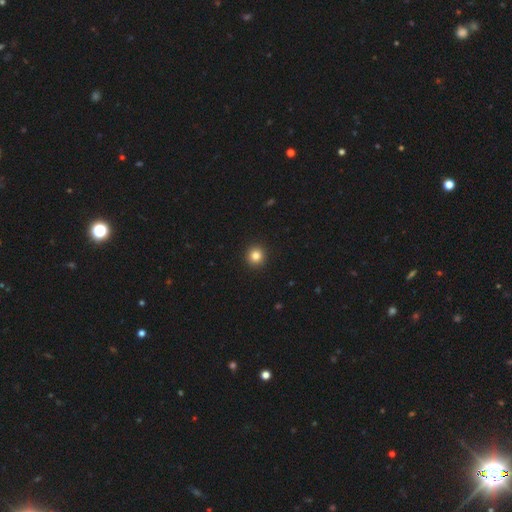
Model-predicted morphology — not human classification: This is clearly a smooth galaxy (83%). How rounded: clearly round (94%). Merging: clearly none (93%).